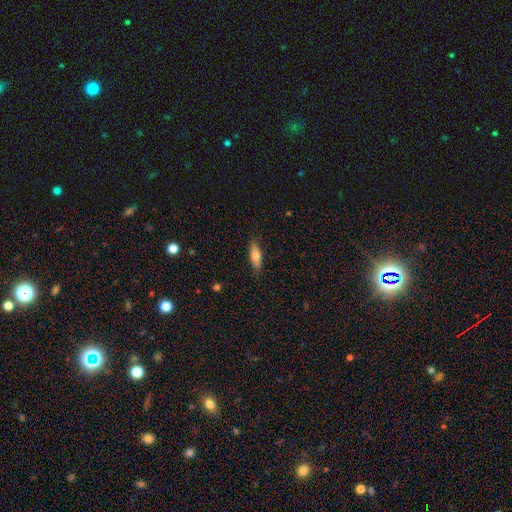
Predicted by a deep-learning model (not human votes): Smooth or featured? Predicted: smooth (p=0.67). How rounded? Predicted: in between (p=0.57). Merging? Predicted: none (p=0.83).